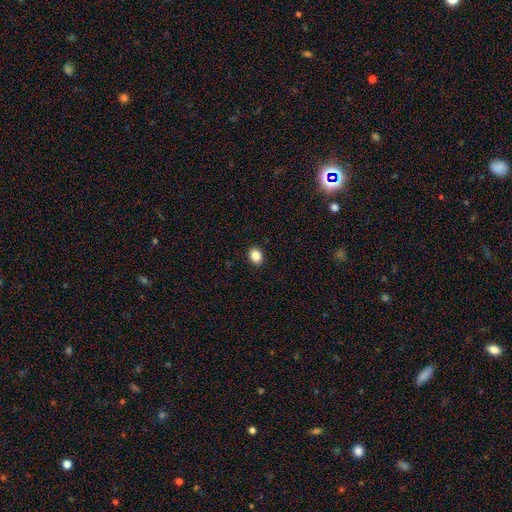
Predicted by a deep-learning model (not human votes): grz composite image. It shows a smooth galaxy with no disk features (86%) that is in between round and cigar-shaped (51%). Merging: none (91%).